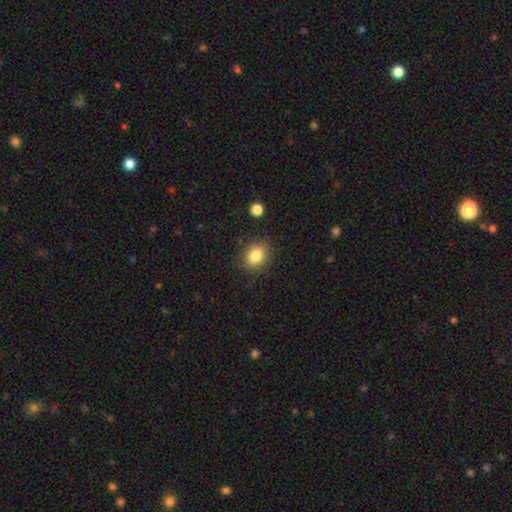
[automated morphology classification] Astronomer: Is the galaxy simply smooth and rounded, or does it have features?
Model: smooth — 84%.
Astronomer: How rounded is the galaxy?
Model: round — 61% (runner-up: in between, 38%).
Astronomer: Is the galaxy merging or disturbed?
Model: none — 85%.